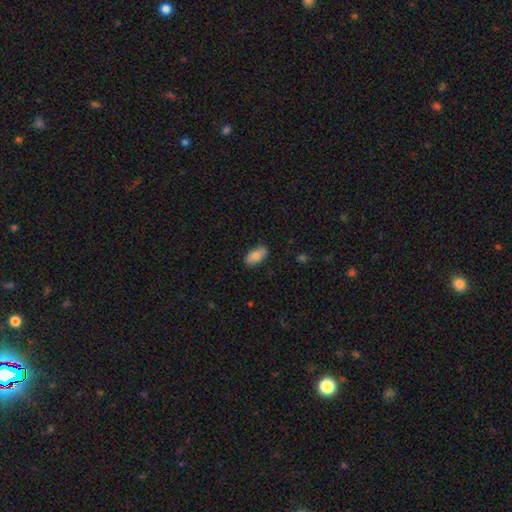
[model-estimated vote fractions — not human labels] Overall: smooth (80%). How rounded: in between (92%). Merging: none (83%).